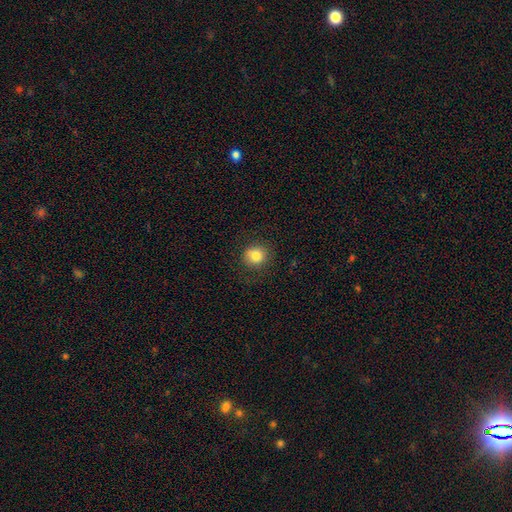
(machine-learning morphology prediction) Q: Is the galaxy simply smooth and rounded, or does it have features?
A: smooth — 82%.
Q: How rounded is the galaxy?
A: round — 85%.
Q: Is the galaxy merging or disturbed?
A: none — 83%.